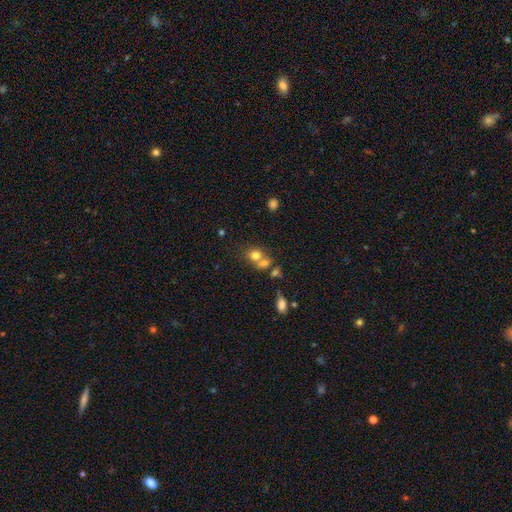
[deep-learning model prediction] A smooth galaxy with no disk features (74%) that is round (68%).

Vote fractions:
- Smooth or featured? smooth: 74% / star or artifact: 14% / featured or disk: 13%
- How rounded? round: 68% / in between: 31% / cigar-shaped: 1%
- Merging? merger: 48% / none: 39% / minor disturbance: 8% / major disturbance: 4%